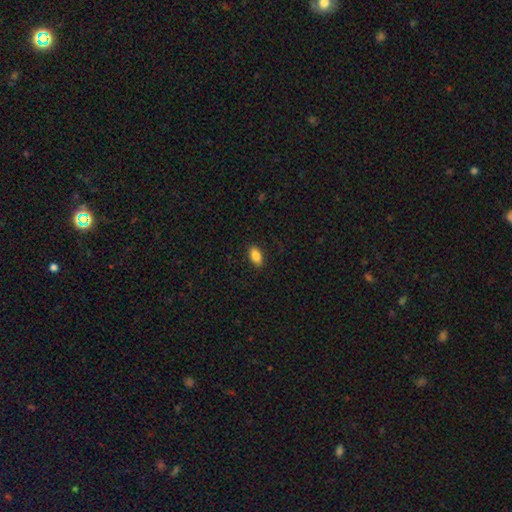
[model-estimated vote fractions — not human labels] Smooth or featured?
  - smooth: 88% *
  - star or artifact: 8%
  - featured or disk: 4%
How rounded?
  - in between: 91% *
  - cigar-shaped: 4%
  - round: 4%
Merging?
  - none: 89% *
  - minor disturbance: 8%
  - major disturbance: 2%
  - merger: 1%